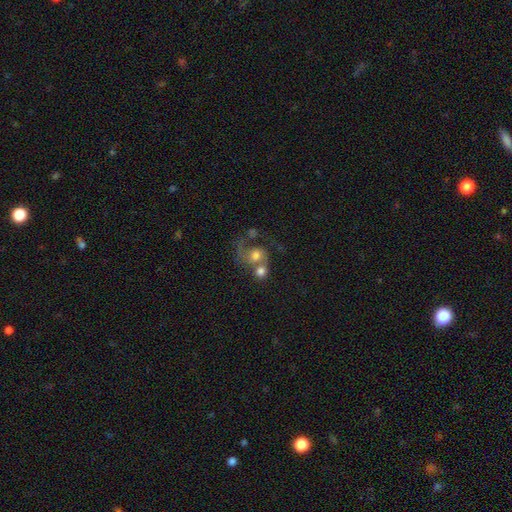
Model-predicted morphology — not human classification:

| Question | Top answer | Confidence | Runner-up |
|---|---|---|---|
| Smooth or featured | featured or disk | 46% | smooth (44%) |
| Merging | merger | 59% | none (18%) |